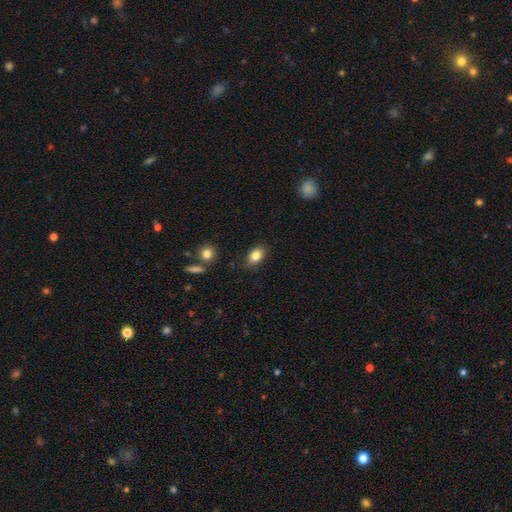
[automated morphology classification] Smooth or featured? smooth (82%)
How rounded? in between (81%)
Merging? none (78%)